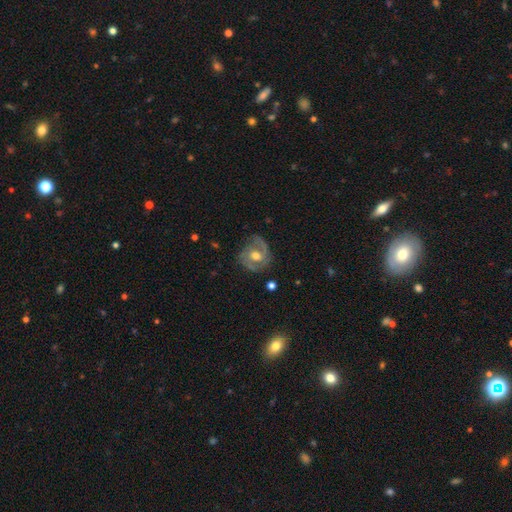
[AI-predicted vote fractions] Overall: featured or disk (77%). Edge-on disk: no (97%). Bar: no (51%; weak 39%). Spiral arms: yes (89%). Spiral arm count: 2 (73%). Spiral winding: medium (47%; tight 35%). Bulge size: moderate (74%). Merging: none (69%).